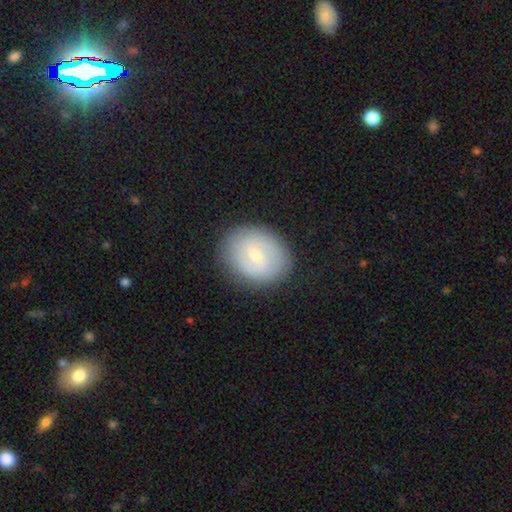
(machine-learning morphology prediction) Smooth or featured? featured or disk (50%)
Merging? none (86%)